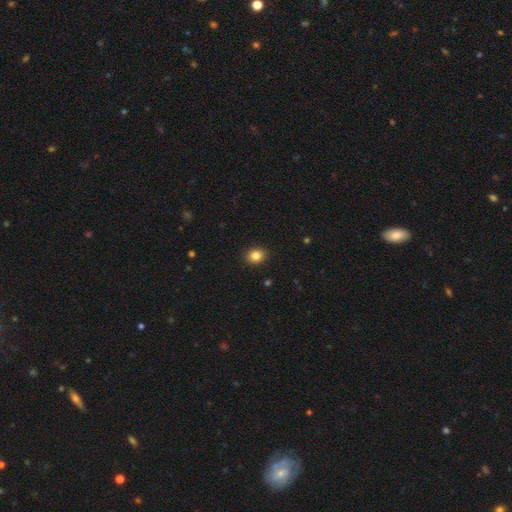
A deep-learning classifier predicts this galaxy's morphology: Q: Smooth or featured?
A: smooth (85%); runner-up: star or artifact (10%)
Q: How rounded?
A: round (57%); runner-up: in between (42%)
Q: Merging?
A: none (91%); runner-up: minor disturbance (6%)